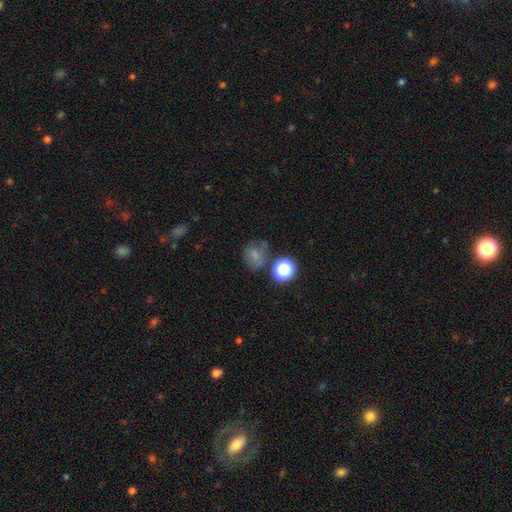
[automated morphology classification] A smooth galaxy with no disk features (67%) that is round (67%). Merging: none (56%).